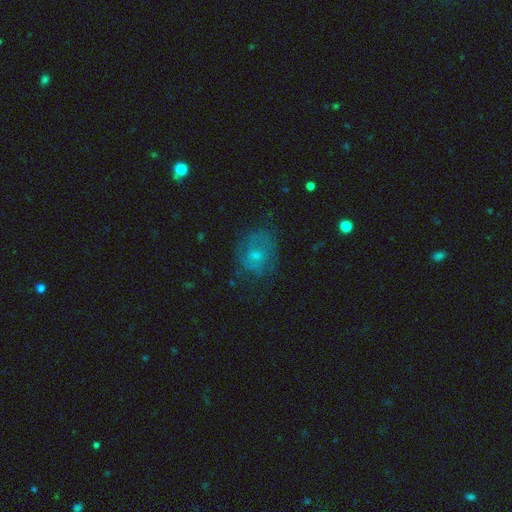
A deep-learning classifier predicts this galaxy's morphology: type=featured or disk (49%); merging=none (65%).